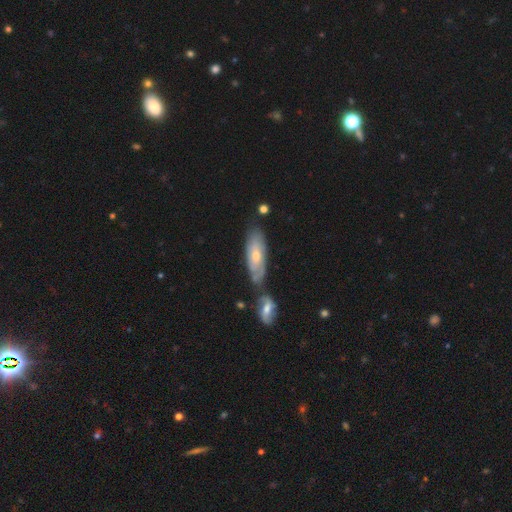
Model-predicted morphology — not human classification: Smooth or featured? Predicted: featured or disk (p=0.53). Edge-on disk? Predicted: no (p=0.75). Merging? Predicted: none (p=0.58).